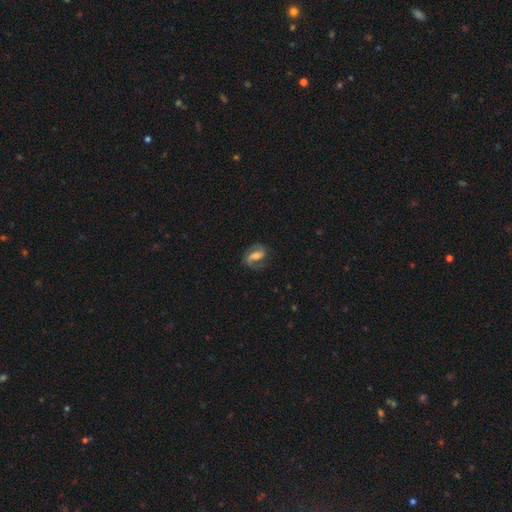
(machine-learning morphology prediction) Overall: featured or disk (85%). Edge-on disk: no (97%). Bar: weak (41%; strong 38%). Spiral arms: yes (96%). Spiral arm count: 2 (91%). Spiral winding: medium (53%; loose 26%). Bulge size: moderate (55%; small 30%). Merging: none (79%).